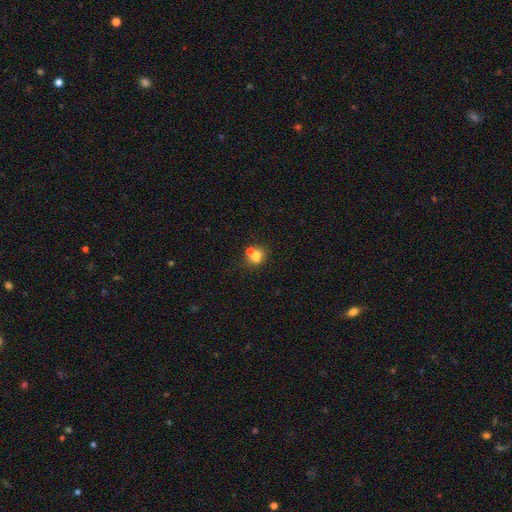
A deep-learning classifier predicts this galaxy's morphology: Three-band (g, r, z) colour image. It shows a smooth galaxy with no disk features (71%) that is round (61%). Merging: merger (44%).